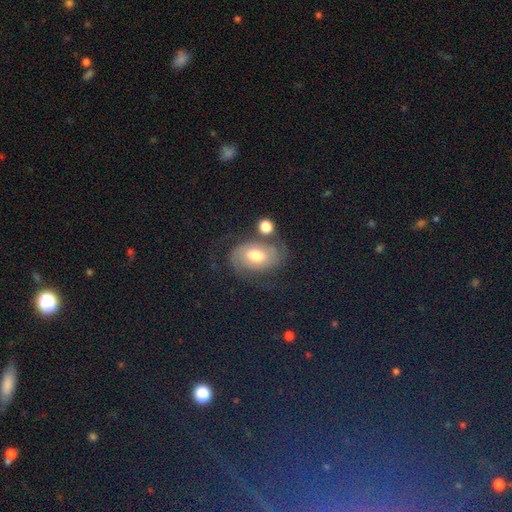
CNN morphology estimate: featured or disk 65%, smooth 23%, star or artifact 12%. Down the decision tree: edge-on disk — no (97%); bar — no (57%); spiral arms — yes (88%); spiral arm count — 2 (80%); spiral winding — tight (43%); bulge size — moderate (70%); merging — none (60%).